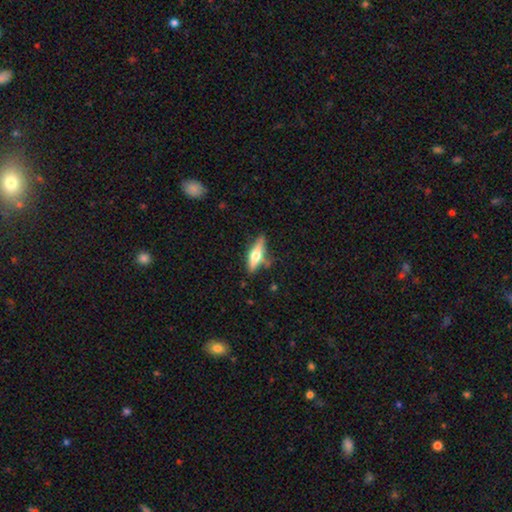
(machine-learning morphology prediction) Q: Smooth or featured?
A: featured or disk (51%); runner-up: smooth (42%)
Q: Edge-on disk?
A: yes (91%); runner-up: no (9%)
Q: Merging?
A: none (73%); runner-up: minor disturbance (17%)